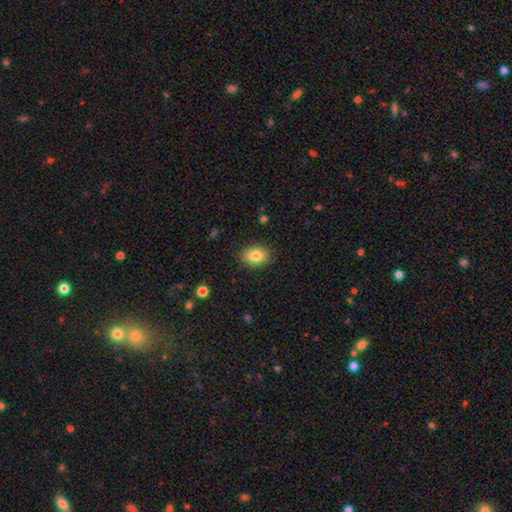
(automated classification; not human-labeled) This is clearly a smooth galaxy (84%). How rounded: clearly in between (81%). Merging: clearly none (85%).